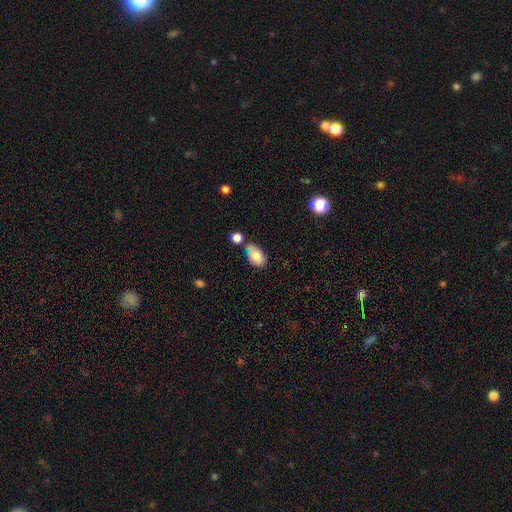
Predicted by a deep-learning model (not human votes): Smooth or featured? smooth (80%)
How rounded? in between (91%)
Merging? none (51%)